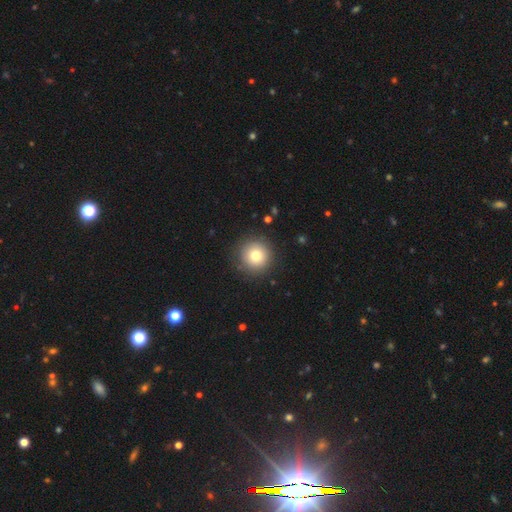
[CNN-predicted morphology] Smooth or featured? Predicted: smooth (p=0.78). How rounded? Predicted: round (p=0.96). Merging? Predicted: none (p=0.88).